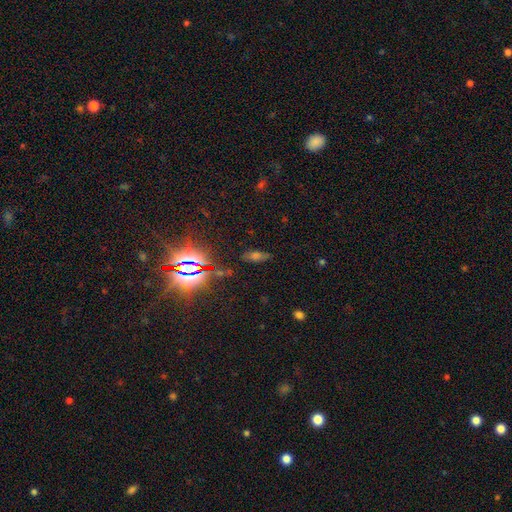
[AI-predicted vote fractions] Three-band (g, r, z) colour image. It shows a star or artifact, not a galaxy (48%).